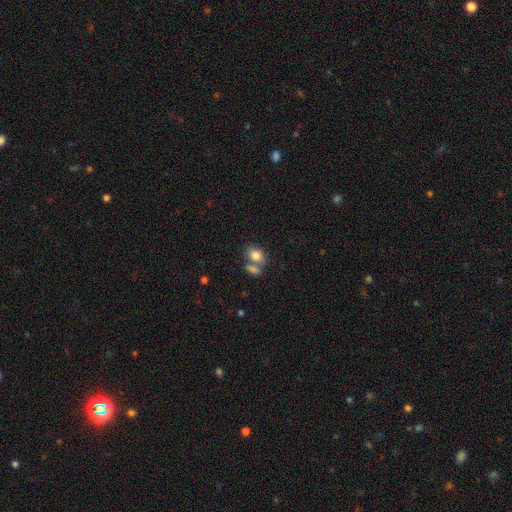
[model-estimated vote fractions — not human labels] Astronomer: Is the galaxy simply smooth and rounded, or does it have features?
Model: smooth — 81%.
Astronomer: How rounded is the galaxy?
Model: in between — 71%.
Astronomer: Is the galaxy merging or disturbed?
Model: none — 43% (runner-up: merger, 42%).